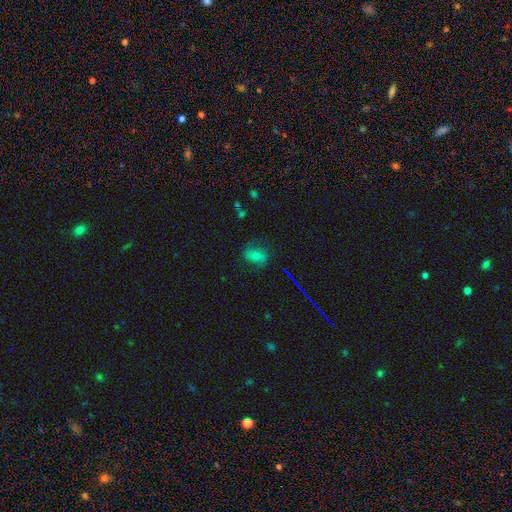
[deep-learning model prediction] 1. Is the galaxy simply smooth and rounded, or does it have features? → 44% smooth, 35% featured or disk, 21% star or artifact.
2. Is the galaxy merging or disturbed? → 69% none, 20% minor disturbance, 9% major disturbance, 2% merger.